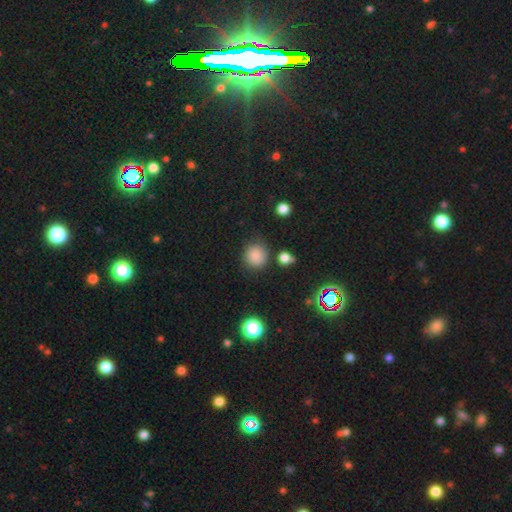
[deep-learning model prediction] Smooth or featured? smooth (83%)
How rounded? round (88%)
Merging? none (80%)